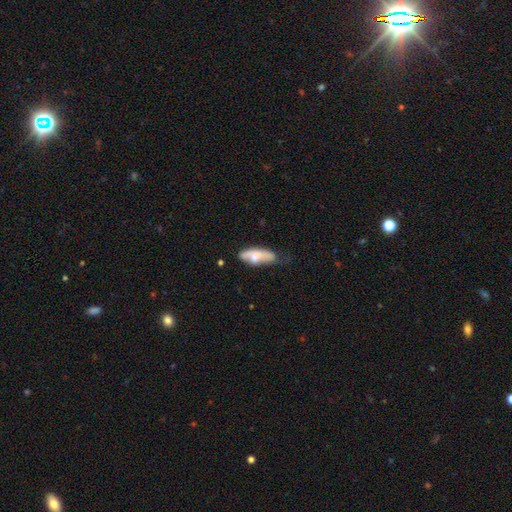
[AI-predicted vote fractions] Smooth or featured? smooth (61%)
How rounded? in between (70%)
Merging? none (38%)